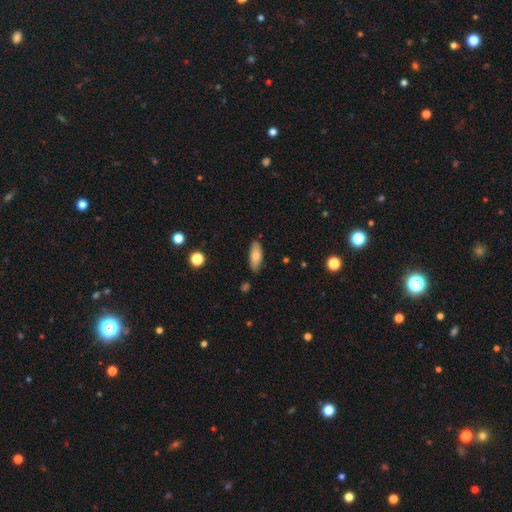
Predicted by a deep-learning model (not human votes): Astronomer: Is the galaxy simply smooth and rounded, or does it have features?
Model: smooth — 78%.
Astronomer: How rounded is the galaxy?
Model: in between — 76%.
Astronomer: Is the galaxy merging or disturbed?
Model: none — 82%.